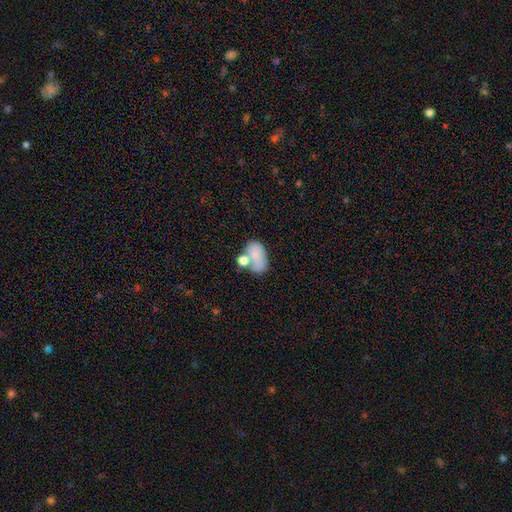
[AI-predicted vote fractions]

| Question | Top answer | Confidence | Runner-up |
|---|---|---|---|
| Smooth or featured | smooth | 73% | featured or disk (18%) |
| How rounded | in between | 86% | round (12%) |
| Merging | merger | 42% | none (31%) |